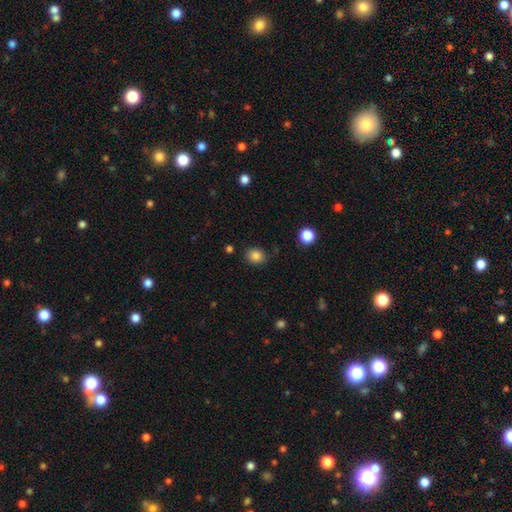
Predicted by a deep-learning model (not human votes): Smooth or featured?
  - smooth: 85% *
  - star or artifact: 11%
  - featured or disk: 5%
How rounded?
  - round: 64% *
  - in between: 35%
  - cigar-shaped: 1%
Merging?
  - none: 83% *
  - minor disturbance: 12%
  - major disturbance: 3%
  - merger: 2%